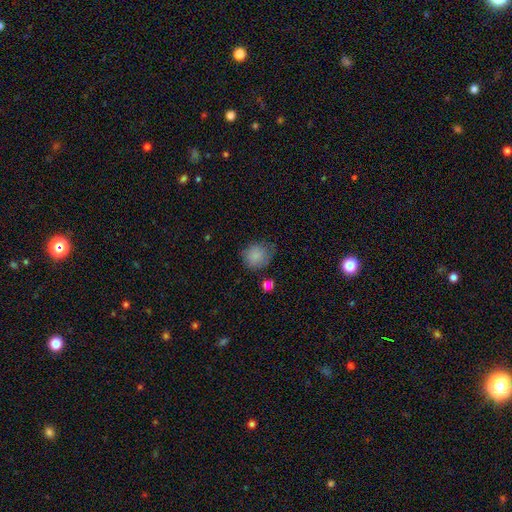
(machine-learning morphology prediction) A smooth galaxy with no disk features (84%) that is round (72%).

Vote fractions:
- Smooth or featured? smooth: 84% / star or artifact: 9% / featured or disk: 6%
- How rounded? round: 72% / in between: 27% / cigar-shaped: 1%
- Merging? none: 65% / minor disturbance: 24% / major disturbance: 7% / merger: 4%